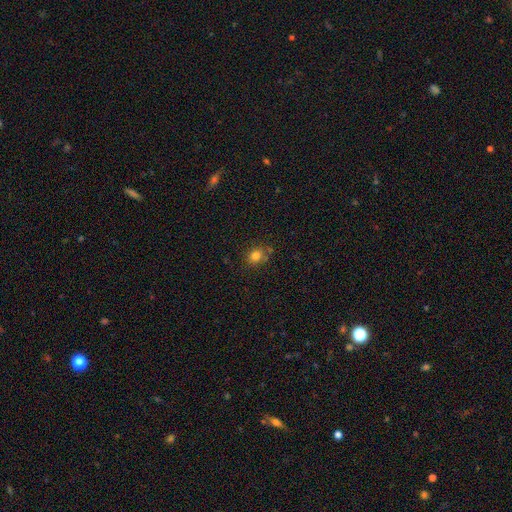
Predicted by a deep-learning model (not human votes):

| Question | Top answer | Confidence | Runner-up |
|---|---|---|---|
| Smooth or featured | smooth | 80% | star or artifact (13%) |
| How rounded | round | 66% | in between (33%) |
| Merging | none | 72% | minor disturbance (16%) |